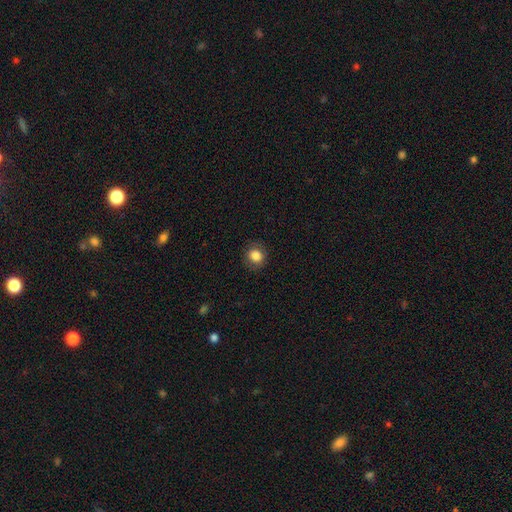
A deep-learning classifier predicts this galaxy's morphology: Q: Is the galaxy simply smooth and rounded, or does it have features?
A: smooth — 84%.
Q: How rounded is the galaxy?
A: round — 83%.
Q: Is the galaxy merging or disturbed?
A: none — 87%.